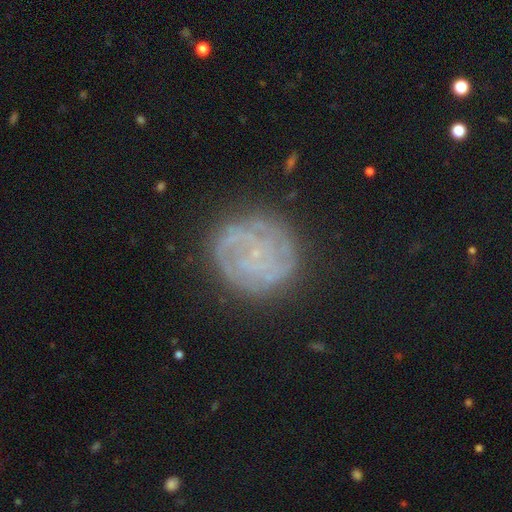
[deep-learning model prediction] Q: Smooth or featured?
A: featured or disk (76%); runner-up: smooth (14%)
Q: Edge-on disk?
A: no (98%); runner-up: yes (2%)
Q: Bar?
A: no (74%); runner-up: weak (20%)
Q: Spiral arms?
A: yes (91%); runner-up: no (9%)
Q: Spiral winding?
A: tight (72%); runner-up: medium (22%)
Q: Spiral arm count?
A: can't tell (34%); runner-up: 2 (22%)
Q: Bulge size?
A: small (78%); runner-up: none (13%)
Q: Merging?
A: none (80%); runner-up: minor disturbance (13%)